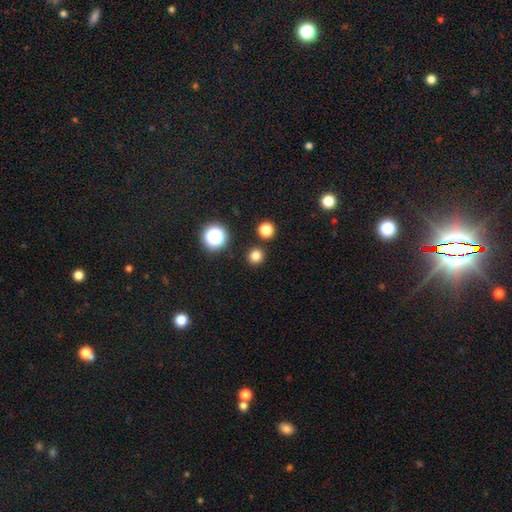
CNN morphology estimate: smooth_or_featured: smooth (p=0.80) [alt: star or artifact p=0.16]
how_rounded: round (p=0.91) [alt: in between p=0.08]
merging: none (p=0.89) [alt: minor disturbance p=0.05]